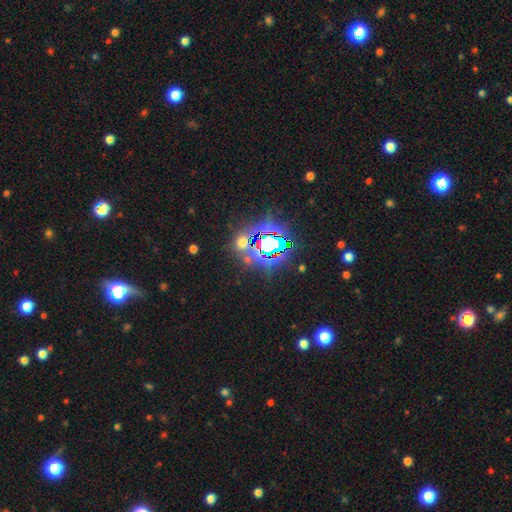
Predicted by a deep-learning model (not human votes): Smooth or featured?
  - star or artifact: 80% *
  - smooth: 12%
  - featured or disk: 8%